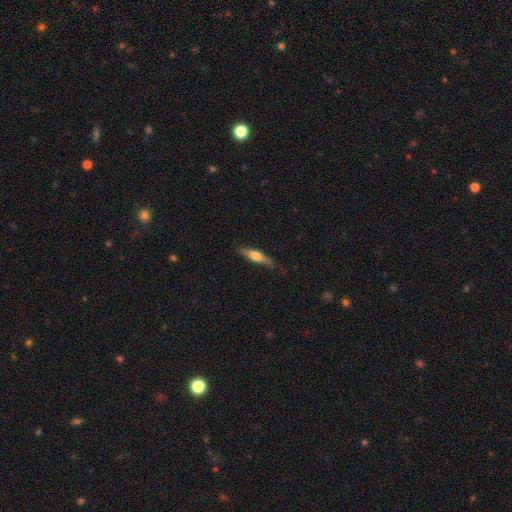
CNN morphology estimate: Overall: smooth (54%; featured or disk 40%). How rounded: cigar-shaped (73%). Merging: none (75%).